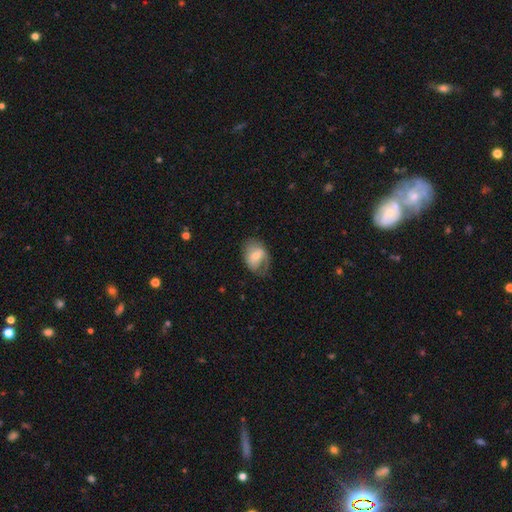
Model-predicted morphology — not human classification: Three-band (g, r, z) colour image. It shows a smooth galaxy with no disk features (52%) that is in between round and cigar-shaped (76%). Merging: none (52%).